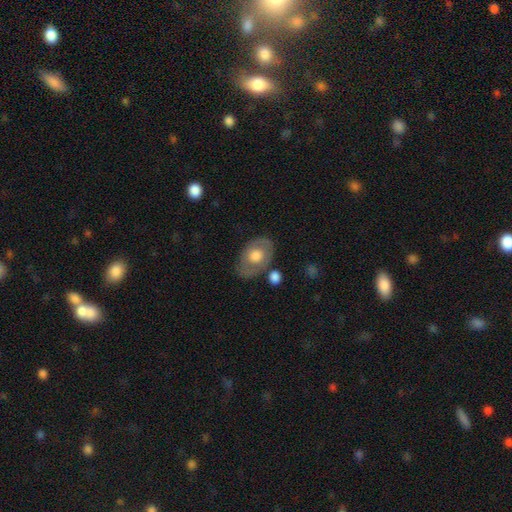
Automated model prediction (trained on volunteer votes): Morphology: type=smooth (56%); roundness=in between (82%); merging=none (70%).